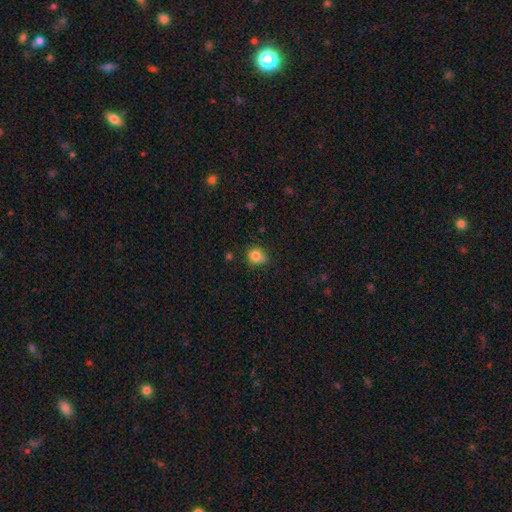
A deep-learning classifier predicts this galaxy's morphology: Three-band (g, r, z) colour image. It shows a smooth galaxy with no disk features (82%) that is round (76%). Merging: none (72%).